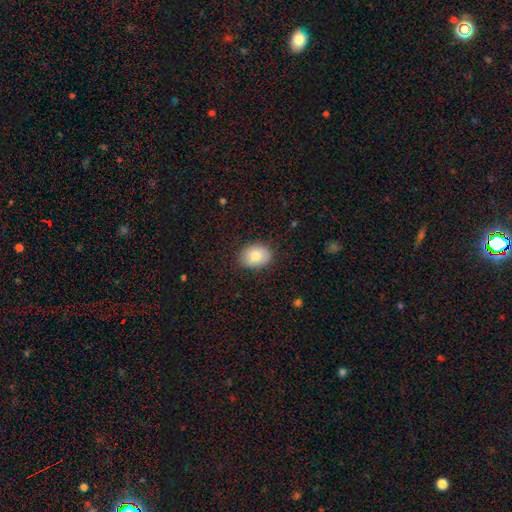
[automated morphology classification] This is likely a smooth galaxy (80%). How rounded: likely in between (65%). Merging: clearly none (84%).